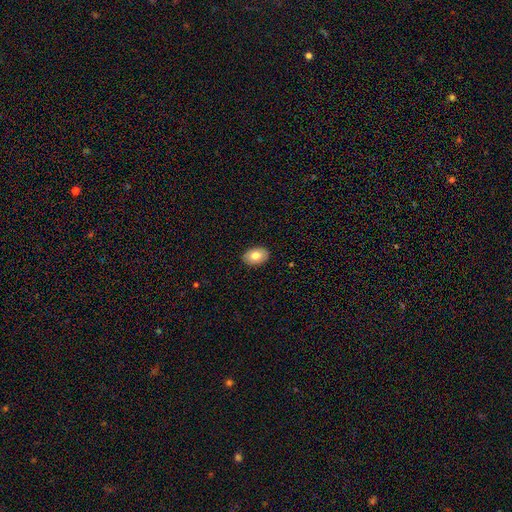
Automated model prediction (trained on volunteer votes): This appears to be a smooth galaxy with no disk features (78%) that is in between round and cigar-shaped (82%). Merging: none (90%).